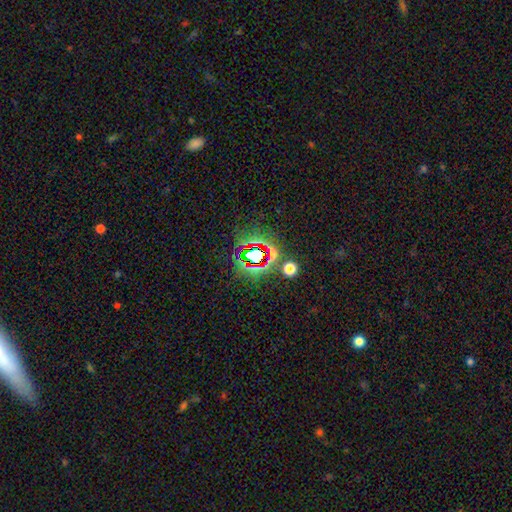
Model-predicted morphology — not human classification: Smooth or featured? star or artifact (69%)